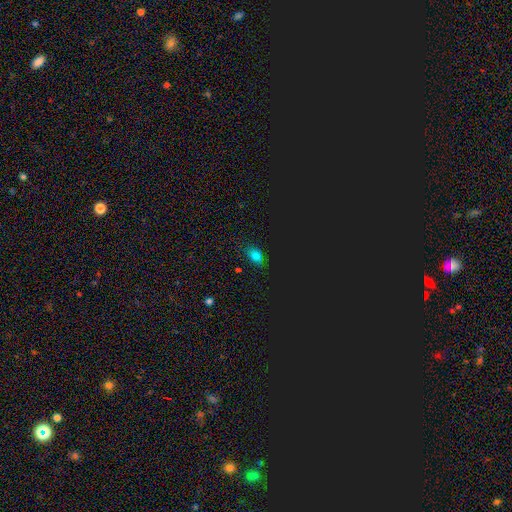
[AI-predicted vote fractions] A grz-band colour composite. It shows a smooth galaxy with no disk features (65%) that is in between round and cigar-shaped (82%). Merging: none (77%).